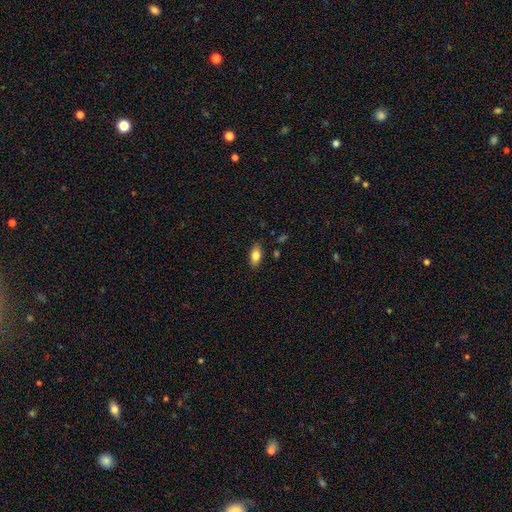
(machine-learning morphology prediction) smooth 80%, featured or disk 12%, star or artifact 7%. Down the decision tree: how rounded — in between (89%); merging — none (86%).